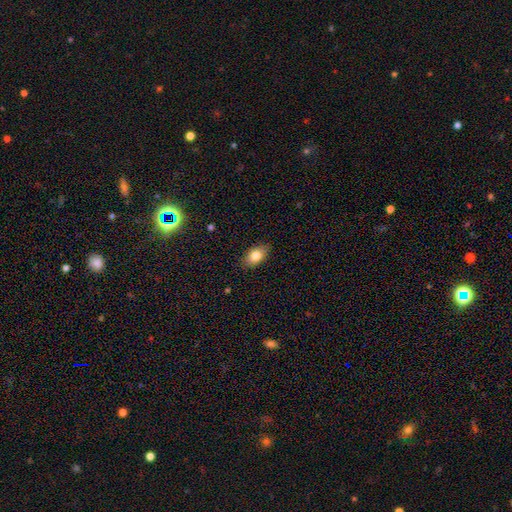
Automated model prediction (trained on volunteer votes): Smooth or featured? smooth (81%)
How rounded? in between (87%)
Merging? none (85%)